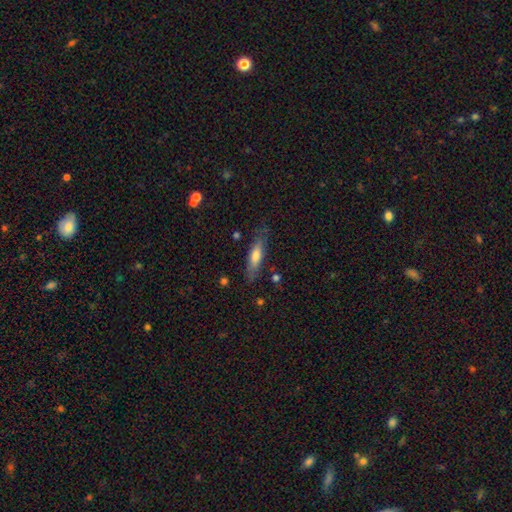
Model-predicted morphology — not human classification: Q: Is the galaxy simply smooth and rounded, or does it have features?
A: smooth — 64%.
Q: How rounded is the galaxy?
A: cigar-shaped — 66%.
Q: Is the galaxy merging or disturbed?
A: none — 78%.